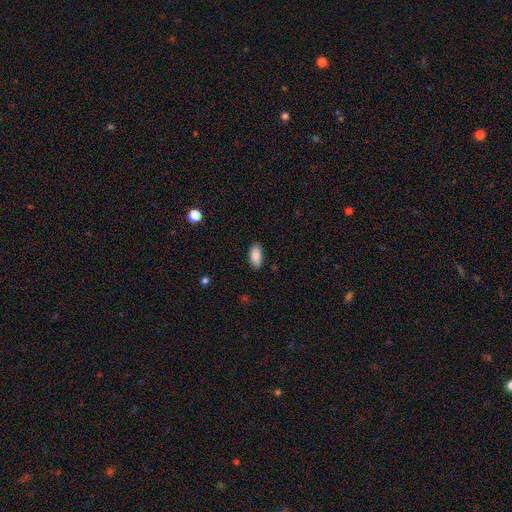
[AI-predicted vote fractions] A smooth galaxy with no disk features (87%) that is in between round and cigar-shaped (92%). Merging: none (86%).